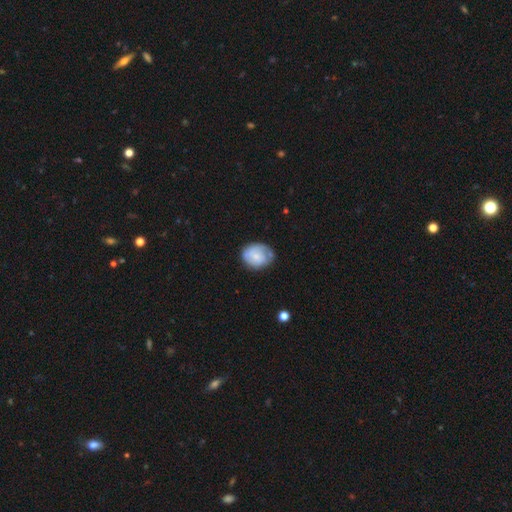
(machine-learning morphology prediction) Smooth or featured? smooth (54%)
How rounded? round (51%)
Merging? none (55%)